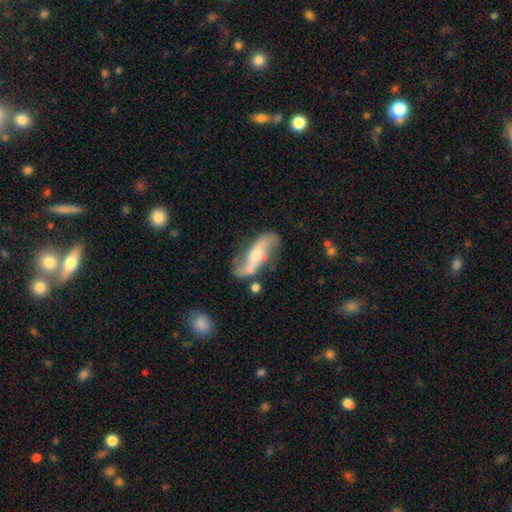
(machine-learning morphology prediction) A featured or disk galaxy (82%) with a weak bar (34%), 2 (92%) loose (69%) spiral arms (94%) and a moderate central bulge (49%). Merging: none (69%).